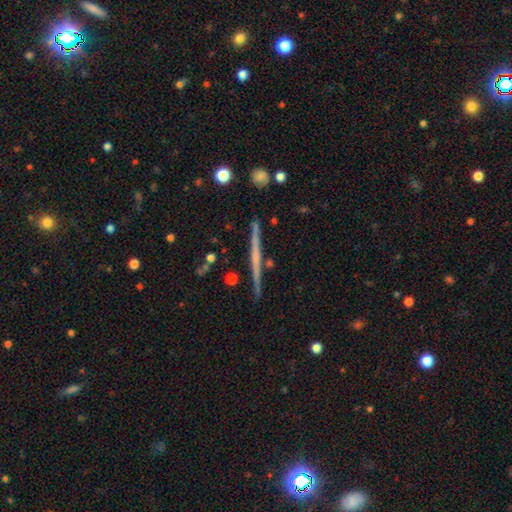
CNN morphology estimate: A featured or disk galaxy (65%) viewed edge-on (98%) with no central bulge (77%). Merging: none (90%).